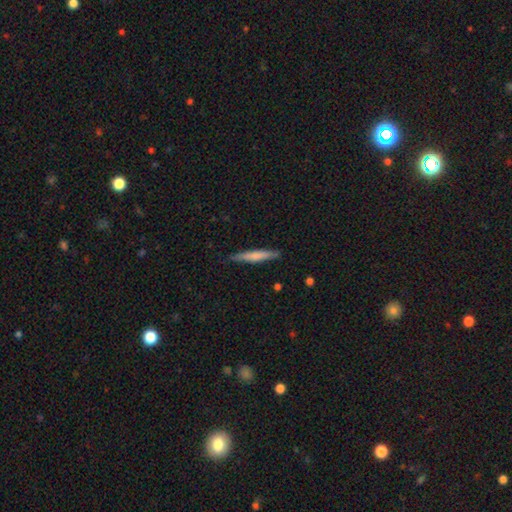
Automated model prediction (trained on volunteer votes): smooth_or_featured: smooth (p=0.63) [alt: featured or disk p=0.32]
how_rounded: cigar-shaped (p=0.94) [alt: in between p=0.05]
merging: none (p=0.87) [alt: minor disturbance p=0.10]